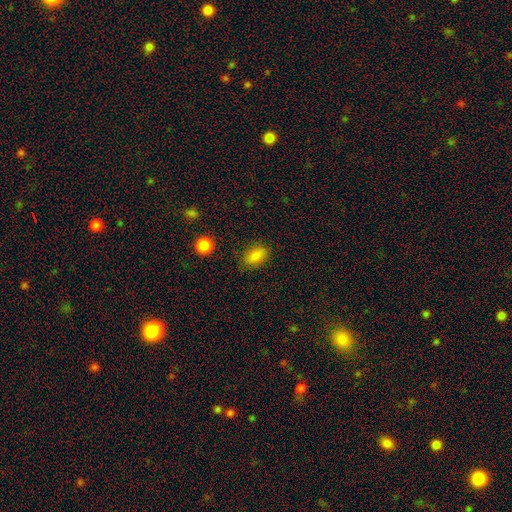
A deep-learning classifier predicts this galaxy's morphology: Q: Smooth or featured?
A: smooth (86%); runner-up: star or artifact (10%)
Q: How rounded?
A: in between (84%); runner-up: round (13%)
Q: Merging?
A: none (84%); runner-up: minor disturbance (11%)